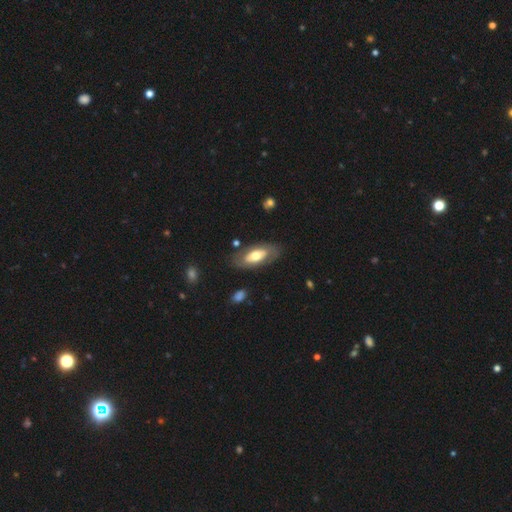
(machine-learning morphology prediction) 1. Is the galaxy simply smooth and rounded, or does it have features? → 48% featured or disk, 47% smooth, 5% star or artifact.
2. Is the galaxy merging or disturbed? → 78% none, 14% minor disturbance, 6% major disturbance, 2% merger.